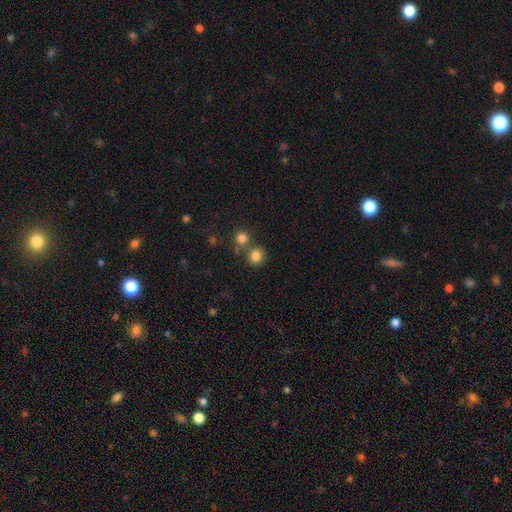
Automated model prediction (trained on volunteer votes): Morphology: type=smooth (83%); roundness=round (82%); merging=none (67%).